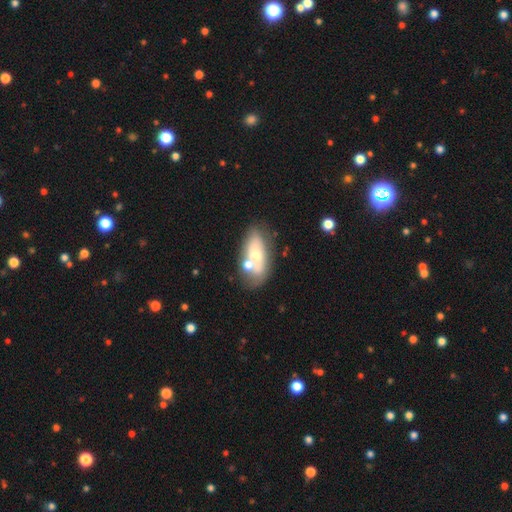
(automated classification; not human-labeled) This is possibly a smooth galaxy (49%). Merging: possibly none (49%).